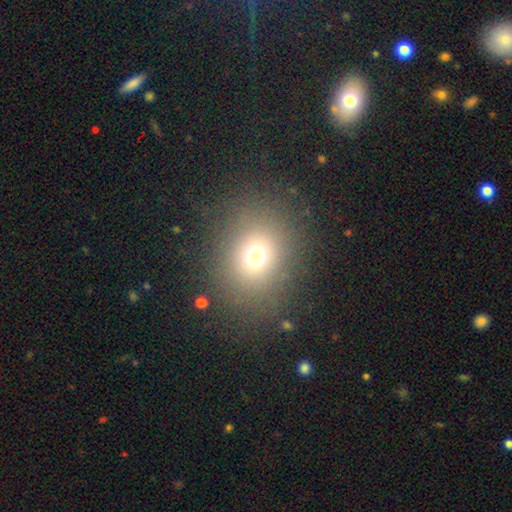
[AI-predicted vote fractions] Smooth or featured: smooth — 69% (star or artifact — 19%)
How rounded: round — 62% (in between — 37%)
Merging: none — 83% (minor disturbance — 9%)